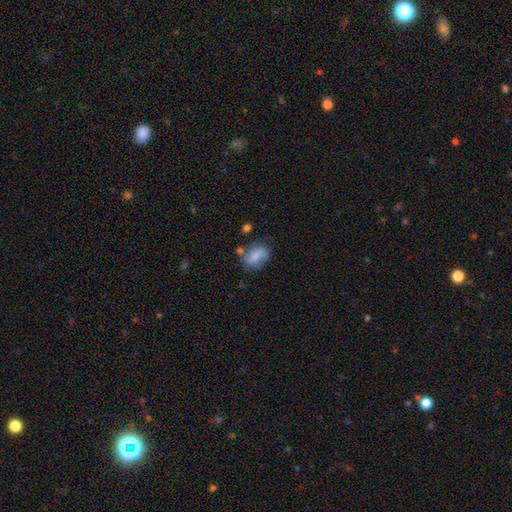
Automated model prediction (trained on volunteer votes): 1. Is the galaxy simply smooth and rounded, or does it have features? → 72% smooth, 19% featured or disk, 9% star or artifact.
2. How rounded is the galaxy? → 75% in between, 23% round, 2% cigar-shaped.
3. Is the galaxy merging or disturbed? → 54% none, 25% minor disturbance, 11% merger, 10% major disturbance.